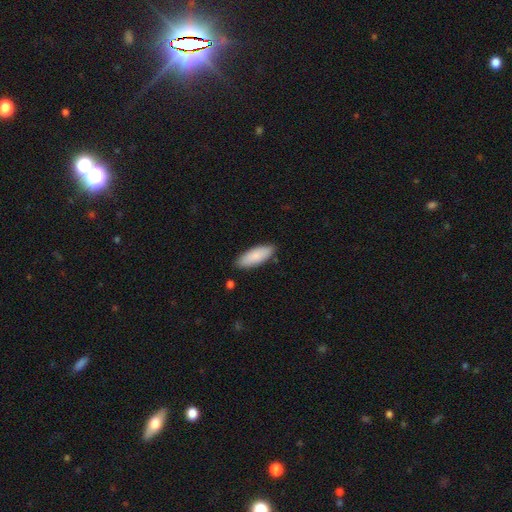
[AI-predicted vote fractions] The model was most divided on "how rounded": in between: 72%, cigar-shaped: 26%, round: 2%. More confident: smooth or featured — smooth (86%); merging — none (85%).